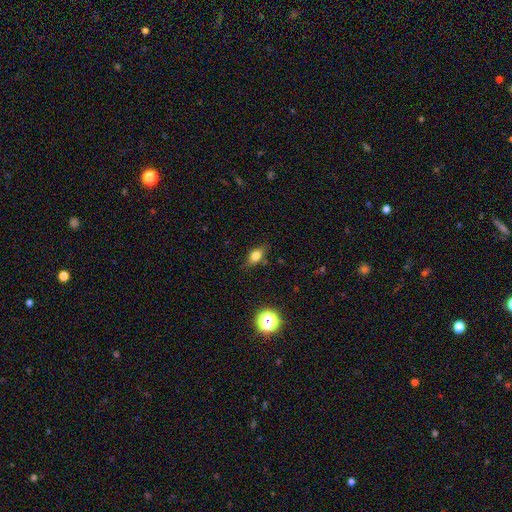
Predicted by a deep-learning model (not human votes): This appears to be a smooth galaxy with no disk features (73%) that is in between round and cigar-shaped (75%). Merging: none (79%).